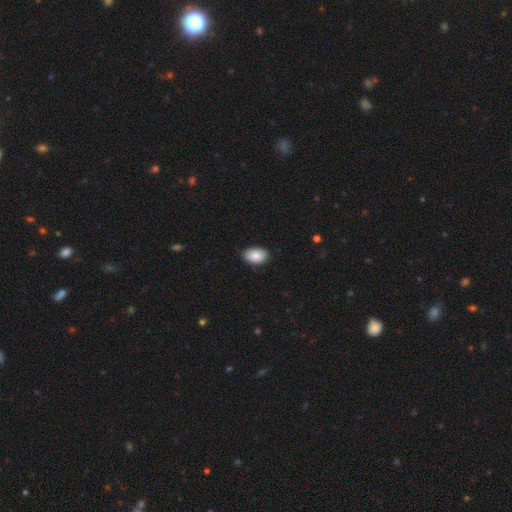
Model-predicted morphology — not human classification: smooth 88%, star or artifact 7%, featured or disk 5%. Down the decision tree: how rounded — in between (90%); merging — none (86%).